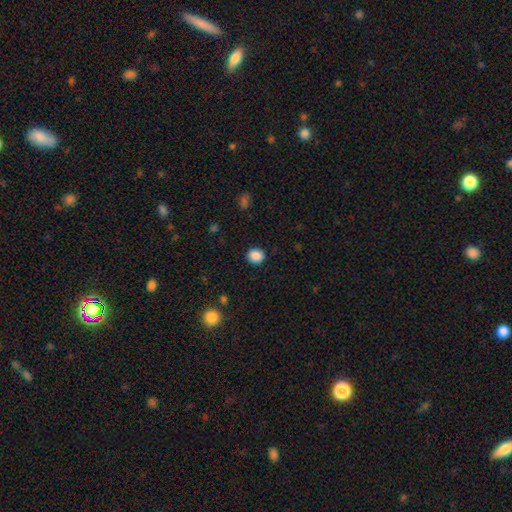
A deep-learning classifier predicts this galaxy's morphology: smooth 88%, star or artifact 9%, featured or disk 3%. Down the decision tree: how rounded — round (76%); merging — none (89%).